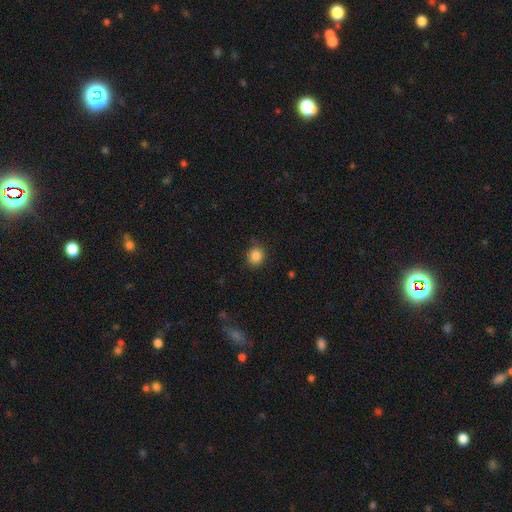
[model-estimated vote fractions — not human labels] Overall: smooth (85%). How rounded: round (73%). Merging: none (79%).